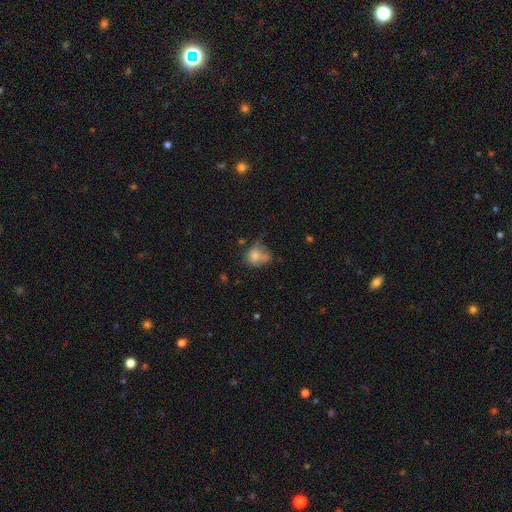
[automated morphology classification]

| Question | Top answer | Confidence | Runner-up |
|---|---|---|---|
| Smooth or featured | smooth | 68% | featured or disk (20%) |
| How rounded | in between | 51% | round (48%) |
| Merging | major disturbance | 31% | none (30%) |